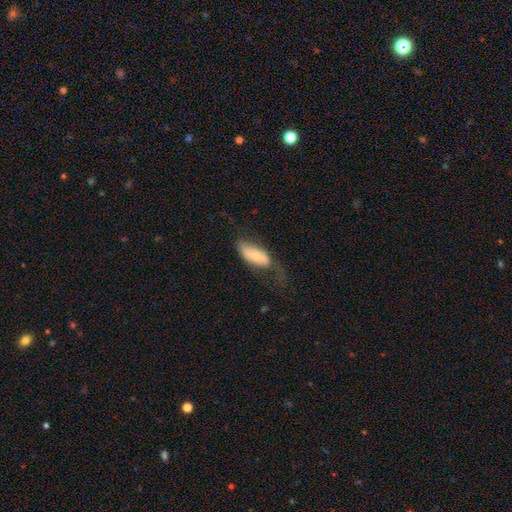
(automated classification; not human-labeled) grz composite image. It shows a smooth galaxy with no disk features (55%) that is in between round and cigar-shaped (81%). Merging: none (39%).